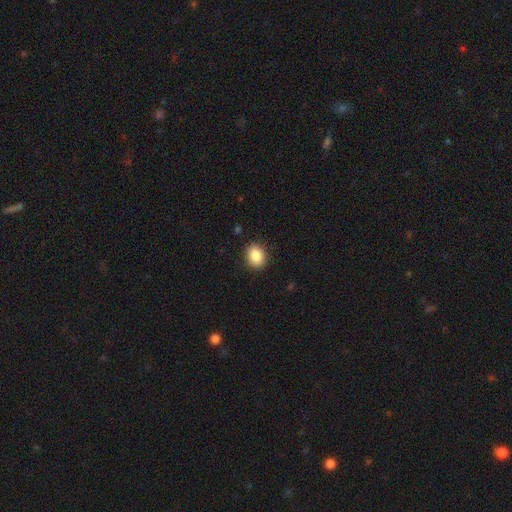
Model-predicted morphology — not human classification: This appears to be a smooth galaxy with no disk features (86%) that is in between round and cigar-shaped (55%). Merging: none (89%).